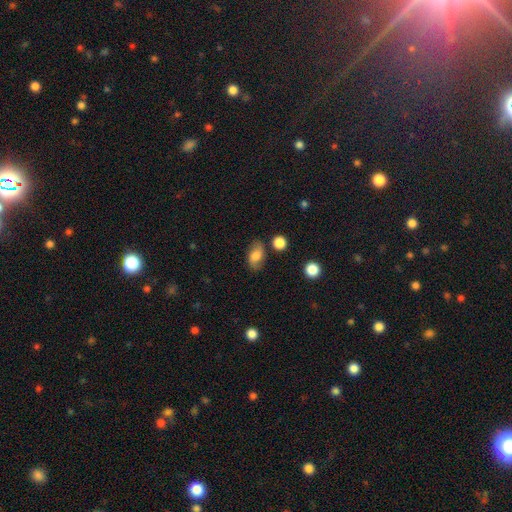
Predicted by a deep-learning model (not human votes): Smooth or featured: smooth — 63% (featured or disk — 27%)
How rounded: in between — 84% (round — 13%)
Merging: none — 76% (minor disturbance — 16%)